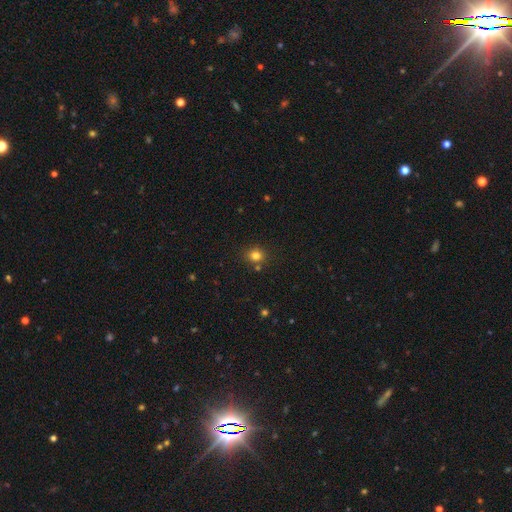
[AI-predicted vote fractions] The model was most divided on "smooth or featured": smooth: 79%, star or artifact: 15%, featured or disk: 6%. More confident: how rounded — round (83%); merging — none (79%).